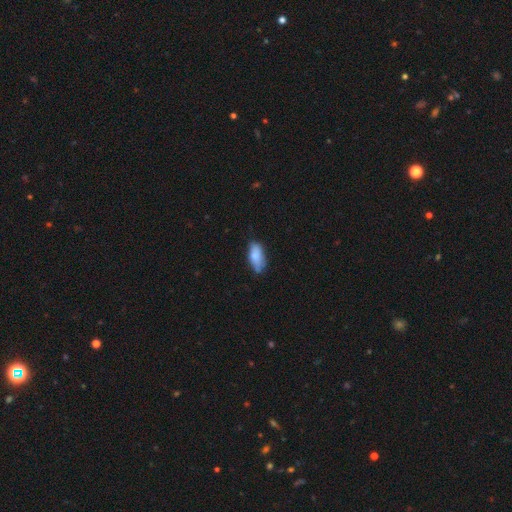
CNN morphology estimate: smooth-or-featured: smooth: 81% | featured or disk: 12% | star or artifact: 7%
  how-rounded: in between: 85% | cigar-shaped: 12% | round: 2%
  merging: none: 65% | minor disturbance: 27% | major disturbance: 5% | merger: 3%